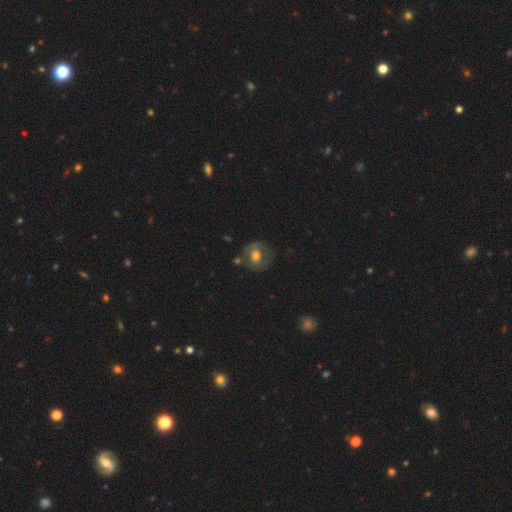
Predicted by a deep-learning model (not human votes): This appears to be a featured or disk galaxy (46%, tied with smooth). Merging: none (62%).